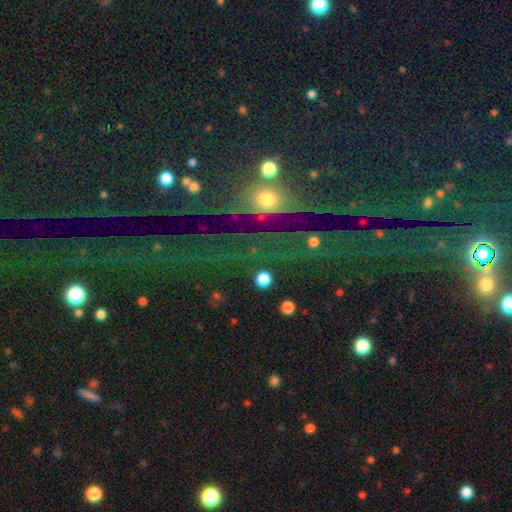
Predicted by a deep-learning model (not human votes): This is possibly a star or artifact rather than a galaxy (59%).